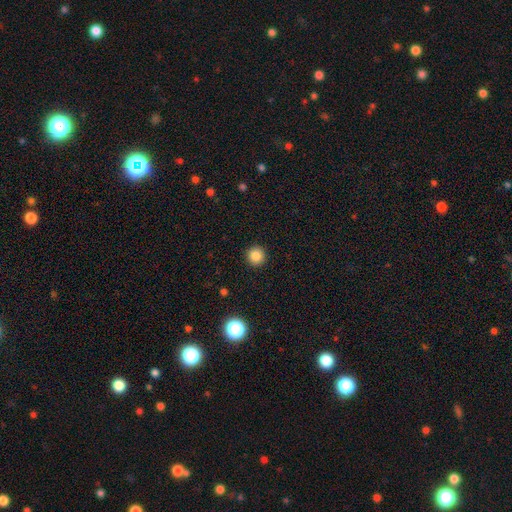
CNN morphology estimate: smooth_or_featured: smooth (p=0.85) [alt: star or artifact p=0.11]
how_rounded: round (p=0.96) [alt: in between p=0.04]
merging: none (p=0.93) [alt: minor disturbance p=0.05]